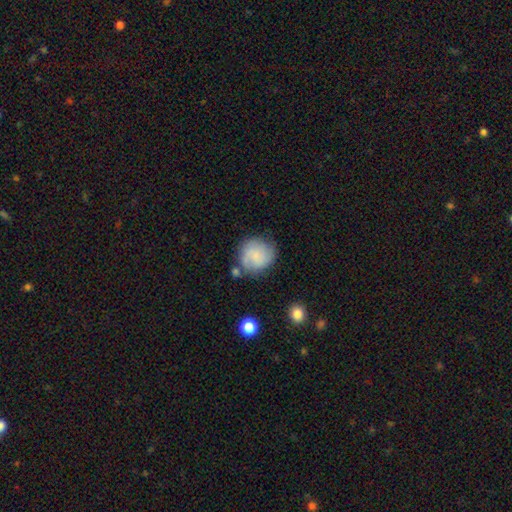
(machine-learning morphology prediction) This is likely a smooth galaxy (63%). How rounded: clearly round (86%). Merging: likely none (66%).